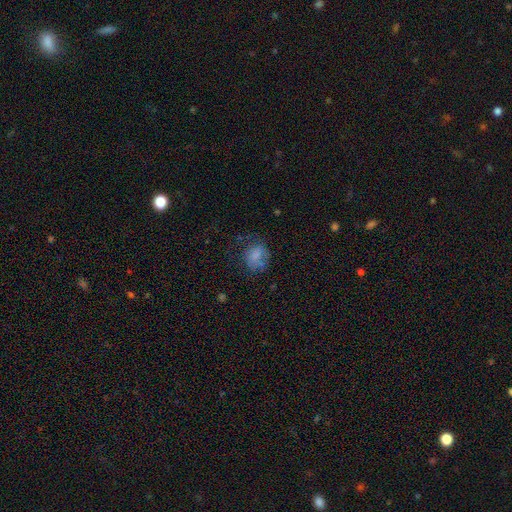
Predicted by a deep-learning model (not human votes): Smooth or featured? smooth (71%)
How rounded? round (57%)
Merging? none (52%)